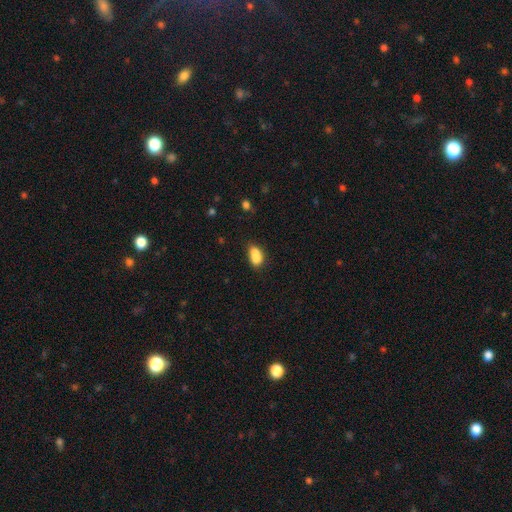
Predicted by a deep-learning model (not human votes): This is clearly a smooth galaxy (81%). How rounded: clearly in between (85%). Merging: possibly none (45%).